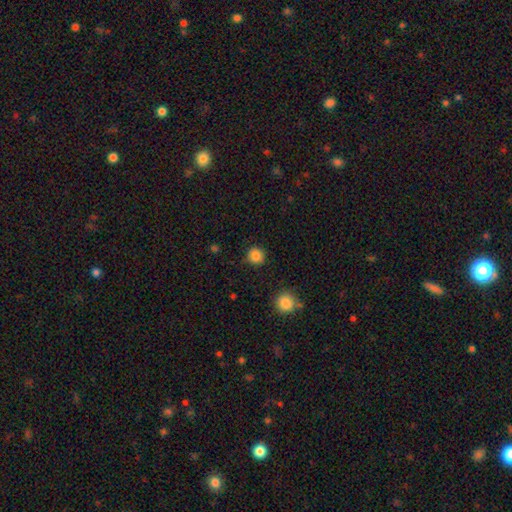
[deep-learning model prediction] This is clearly a smooth galaxy (86%). How rounded: clearly round (93%). Merging: clearly none (89%).